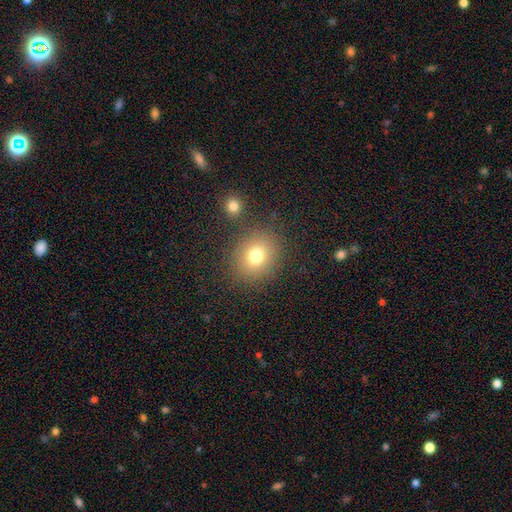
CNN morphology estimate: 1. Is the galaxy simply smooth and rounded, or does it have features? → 75% smooth, 14% star or artifact, 11% featured or disk.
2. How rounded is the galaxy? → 71% round, 28% in between, 1% cigar-shaped.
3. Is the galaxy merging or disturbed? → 81% none, 9% minor disturbance, 6% merger, 4% major disturbance.